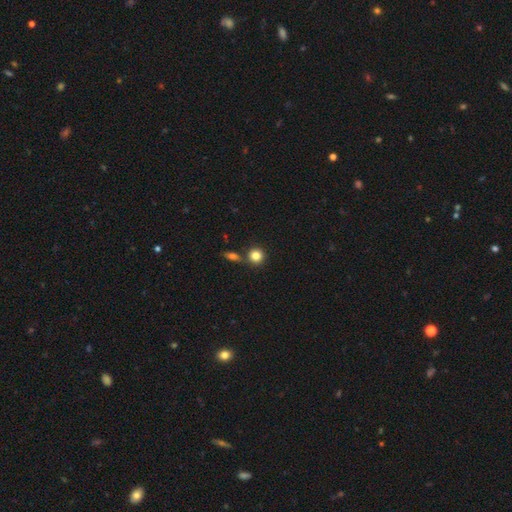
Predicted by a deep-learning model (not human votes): Smooth or featured?
  - smooth: 82% *
  - star or artifact: 10%
  - featured or disk: 7%
How rounded?
  - round: 89% *
  - in between: 9%
  - cigar-shaped: 1%
Merging?
  - none: 74% *
  - merger: 15%
  - minor disturbance: 9%
  - major disturbance: 3%